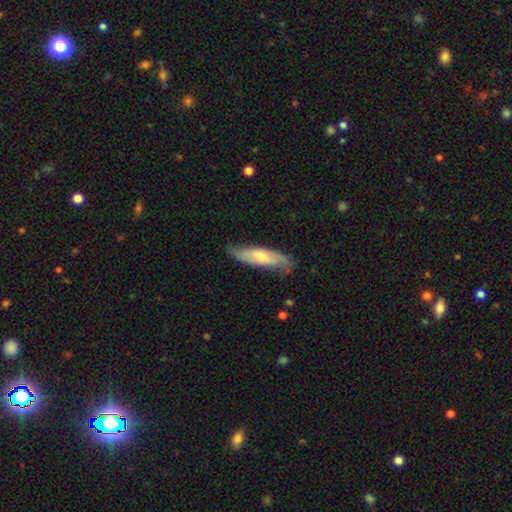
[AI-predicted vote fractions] This is possibly a featured or disk galaxy (49%). Merging: likely none (80%).